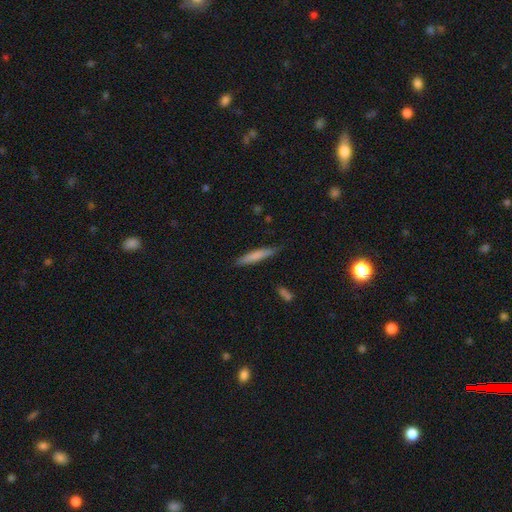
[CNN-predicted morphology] A smooth galaxy with no disk features (73%) that is cigar-shaped (91%).

Vote fractions:
- Smooth or featured? smooth: 73% / featured or disk: 21% / star or artifact: 6%
- How rounded? cigar-shaped: 91% / in between: 7% / round: 1%
- Merging? none: 80% / minor disturbance: 15% / major disturbance: 3% / merger: 2%